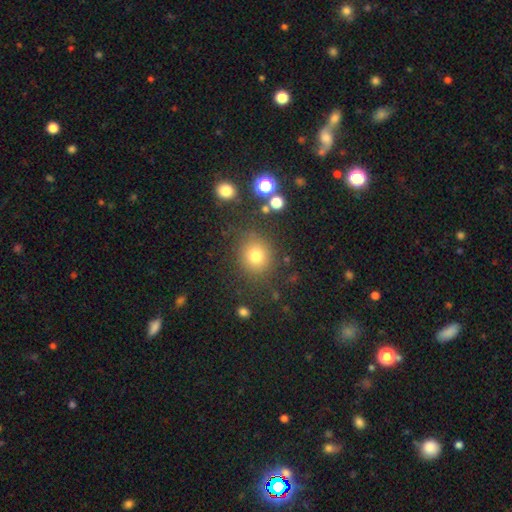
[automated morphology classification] A smooth galaxy with no disk features (77%) that is round (86%). Merging: none (82%).